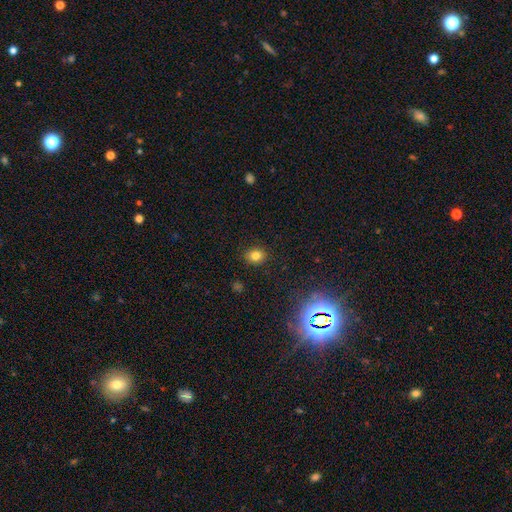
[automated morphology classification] smooth-or-featured: smooth: 81% | star or artifact: 13% | featured or disk: 7%
  how-rounded: round: 56% | in between: 43% | cigar-shaped: 1%
  merging: none: 88% | minor disturbance: 9% | major disturbance: 2% | merger: 1%